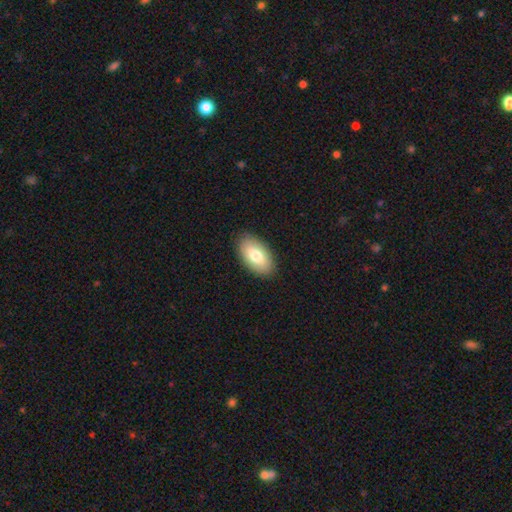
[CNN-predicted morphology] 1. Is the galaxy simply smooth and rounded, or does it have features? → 75% smooth, 19% featured or disk, 6% star or artifact.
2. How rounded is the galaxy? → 94% in between, 3% round, 2% cigar-shaped.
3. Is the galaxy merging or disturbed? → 88% none, 9% minor disturbance, 2% major disturbance, 1% merger.